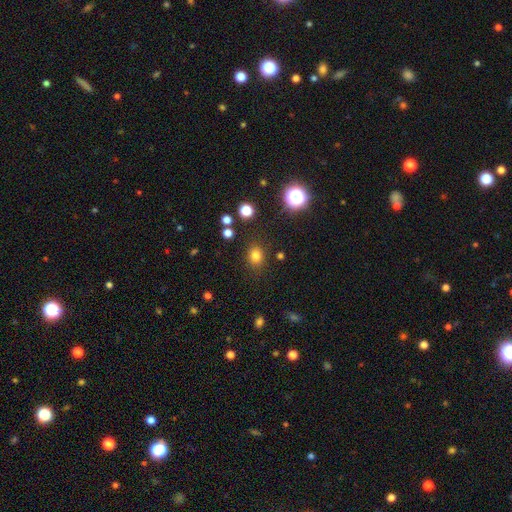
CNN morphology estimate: type=smooth (78%); roundness=round (62%); merging=none (85%).